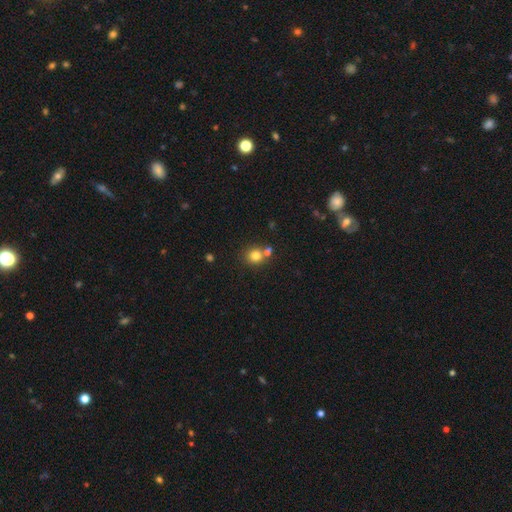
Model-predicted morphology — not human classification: smooth_or_featured: smooth (p=0.80) [alt: star or artifact p=0.13]
how_rounded: round (p=0.84) [alt: in between p=0.15]
merging: none (p=0.60) [alt: merger p=0.28]